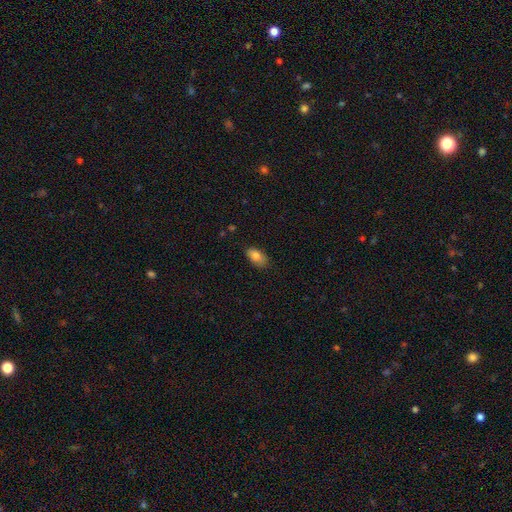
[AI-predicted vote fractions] Q: Smooth or featured?
A: smooth (82%); runner-up: featured or disk (10%)
Q: How rounded?
A: in between (92%); runner-up: round (5%)
Q: Merging?
A: none (79%); runner-up: minor disturbance (17%)